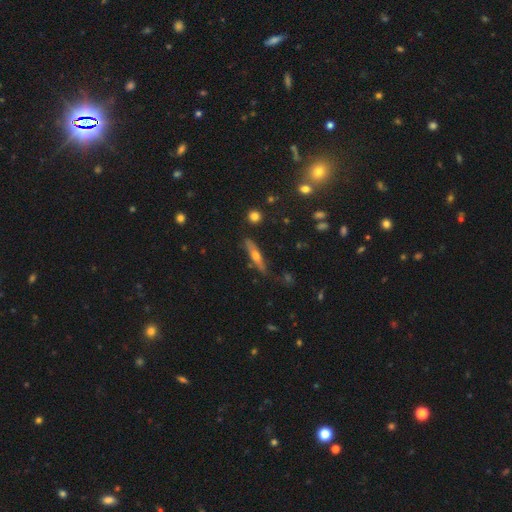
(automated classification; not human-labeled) Morphology: type=featured or disk (54%); edge-on=yes (92%); merging=none (81%).